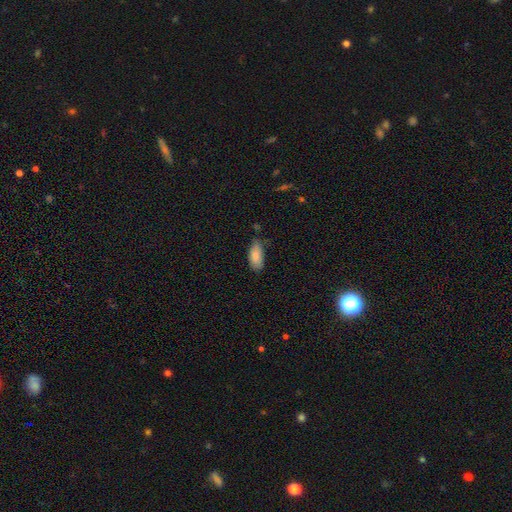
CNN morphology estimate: Smooth or featured: smooth — 84% (featured or disk — 10%)
How rounded: in between — 89% (cigar-shaped — 9%)
Merging: none — 64% (minor disturbance — 29%)